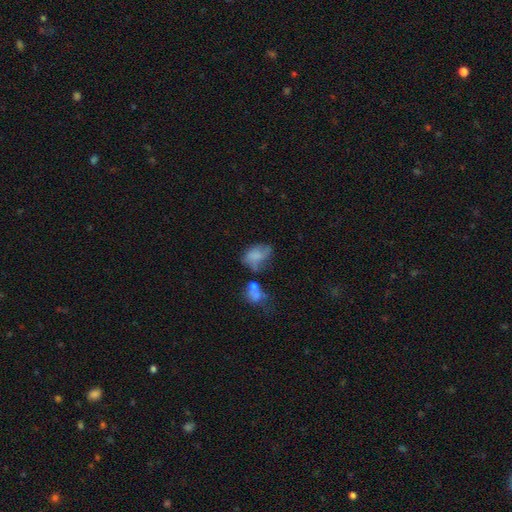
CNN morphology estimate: smooth_or_featured: smooth (p=0.62) [alt: featured or disk p=0.26]
how_rounded: in between (p=0.82) [alt: round p=0.16]
merging: none (p=0.32) [alt: minor disturbance p=0.27]